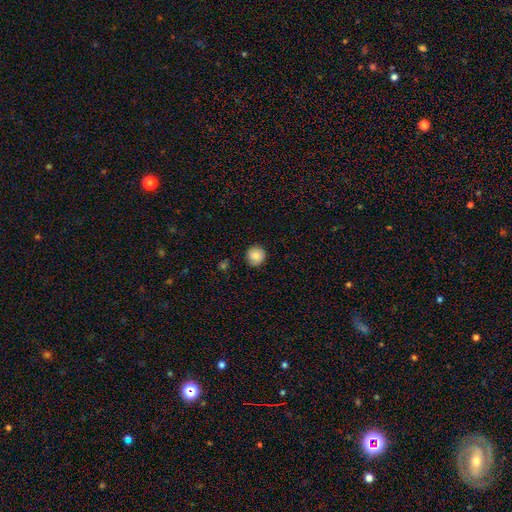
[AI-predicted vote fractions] Q: Smooth or featured?
A: smooth (86%); runner-up: star or artifact (9%)
Q: How rounded?
A: round (93%); runner-up: in between (6%)
Q: Merging?
A: none (87%); runner-up: minor disturbance (9%)